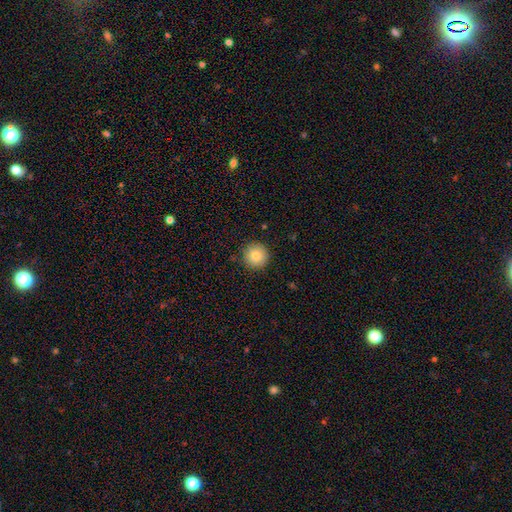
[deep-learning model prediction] smooth_or_featured: smooth (p=0.85) [alt: star or artifact p=0.09]
how_rounded: round (p=0.96) [alt: in between p=0.03]
merging: none (p=0.90) [alt: minor disturbance p=0.07]